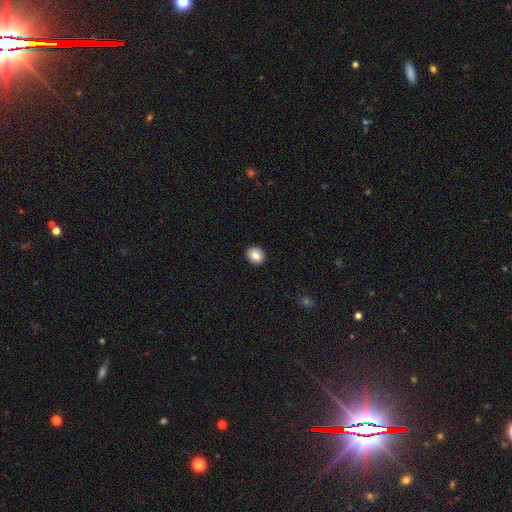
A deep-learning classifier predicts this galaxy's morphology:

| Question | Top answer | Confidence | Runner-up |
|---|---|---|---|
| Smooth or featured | smooth | 85% | star or artifact (8%) |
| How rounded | round | 66% | in between (33%) |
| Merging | none | 92% | minor disturbance (6%) |